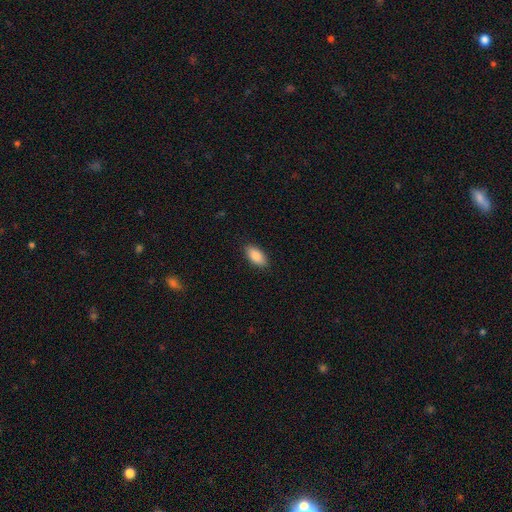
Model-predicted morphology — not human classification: Smooth or featured?
  - smooth: 88% *
  - star or artifact: 6%
  - featured or disk: 6%
How rounded?
  - in between: 92% *
  - cigar-shaped: 6%
  - round: 3%
Merging?
  - none: 88% *
  - minor disturbance: 9%
  - major disturbance: 2%
  - merger: 1%